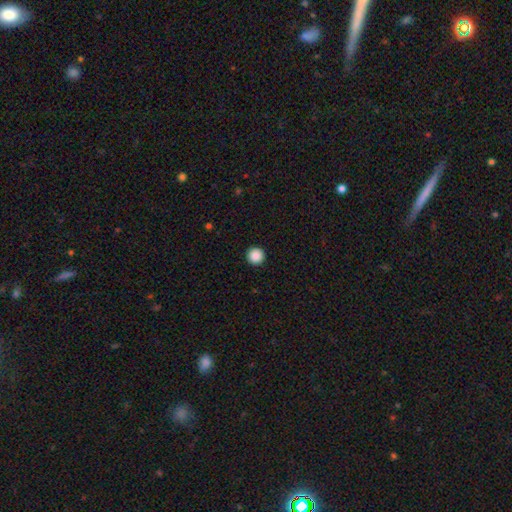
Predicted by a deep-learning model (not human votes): A smooth galaxy with no disk features (88%) that is round (97%). Merging: none (94%).